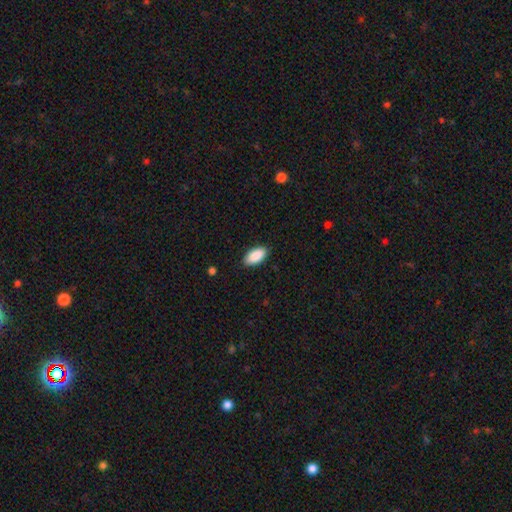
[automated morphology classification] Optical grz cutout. It shows a smooth galaxy with no disk features (90%) that is in between round and cigar-shaped (93%). Merging: none (87%).